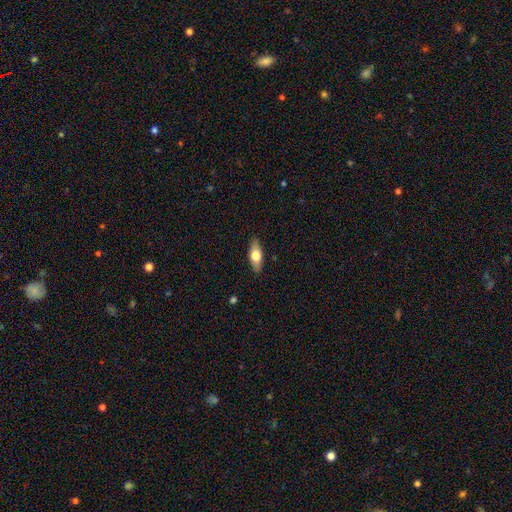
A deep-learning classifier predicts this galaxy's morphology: smooth_or_featured: smooth (p=0.63) [alt: featured or disk p=0.31]
how_rounded: in between (p=0.75) [alt: cigar-shaped p=0.22]
merging: none (p=0.86) [alt: minor disturbance p=0.11]